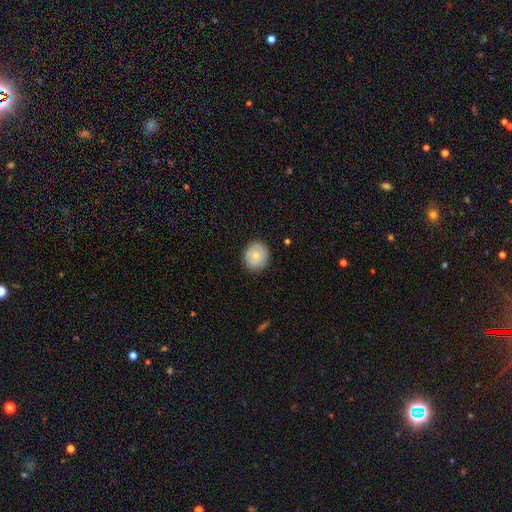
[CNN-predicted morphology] type=smooth (68%); roundness=round (82%); merging=none (85%).